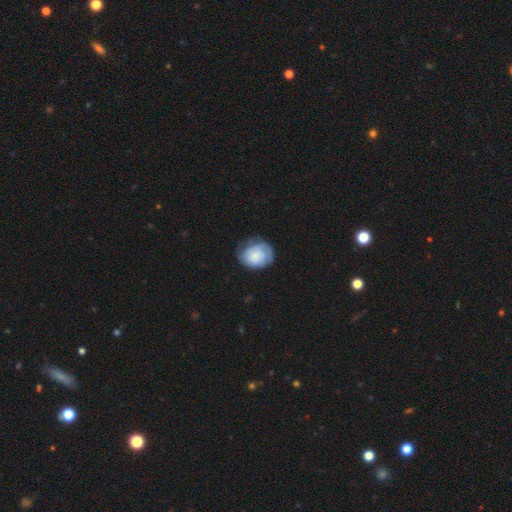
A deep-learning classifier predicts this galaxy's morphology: smooth-or-featured: smooth: 56% | featured or disk: 37% | star or artifact: 7%
  how-rounded: round: 54% | in between: 45% | cigar-shaped: 1%
  merging: none: 60% | minor disturbance: 28% | major disturbance: 11% | merger: 1%